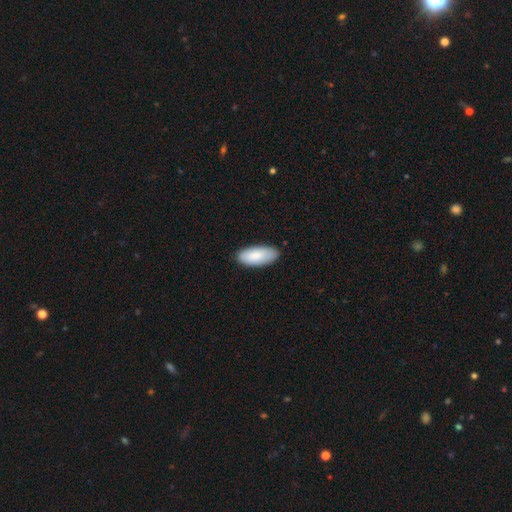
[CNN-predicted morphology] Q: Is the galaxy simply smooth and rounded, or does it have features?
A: smooth — 87%.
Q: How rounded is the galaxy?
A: in between — 88%.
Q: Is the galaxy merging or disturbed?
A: none — 87%.